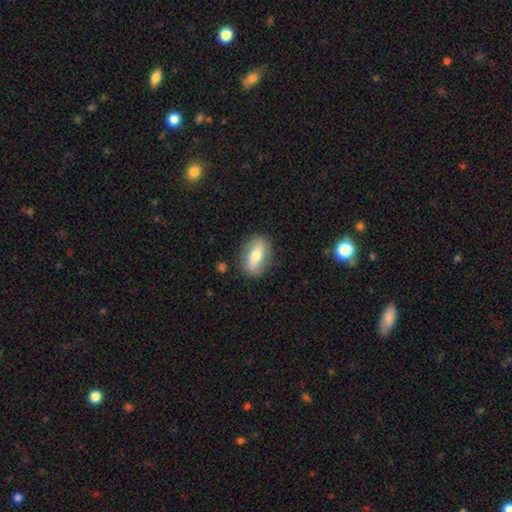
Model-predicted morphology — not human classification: Smooth or featured: smooth — 57% (featured or disk — 36%)
How rounded: in between — 78% (round — 11%)
Merging: none — 84% (minor disturbance — 11%)